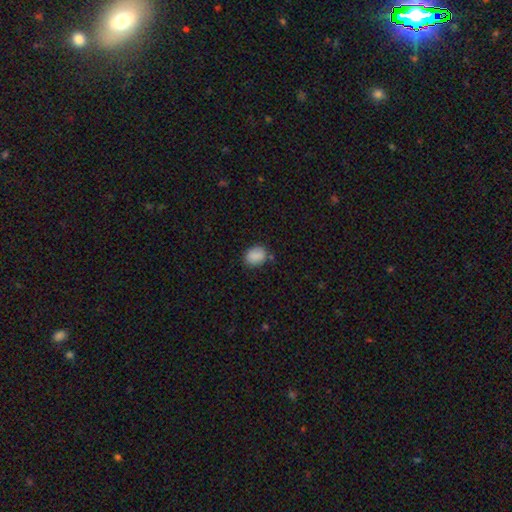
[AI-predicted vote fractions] Smooth or featured?
  - smooth: 88% *
  - star or artifact: 8%
  - featured or disk: 4%
How rounded?
  - in between: 58% *
  - round: 41%
  - cigar-shaped: 1%
Merging?
  - none: 78% *
  - minor disturbance: 15%
  - major disturbance: 3%
  - merger: 3%